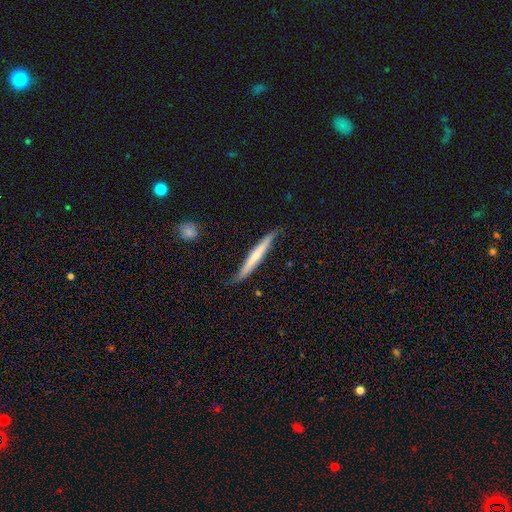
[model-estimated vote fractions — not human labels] Smooth or featured? Predicted: featured or disk (p=0.50). Edge-on disk? Predicted: yes (p=0.93). Merging? Predicted: none (p=0.76).